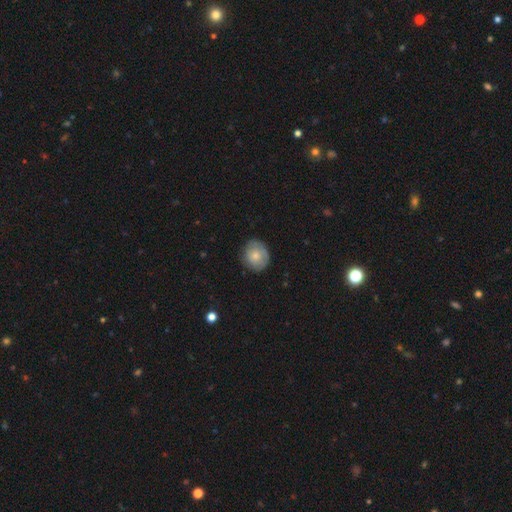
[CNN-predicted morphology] A smooth galaxy with no disk features (67%) that is round (78%). Merging: none (79%).